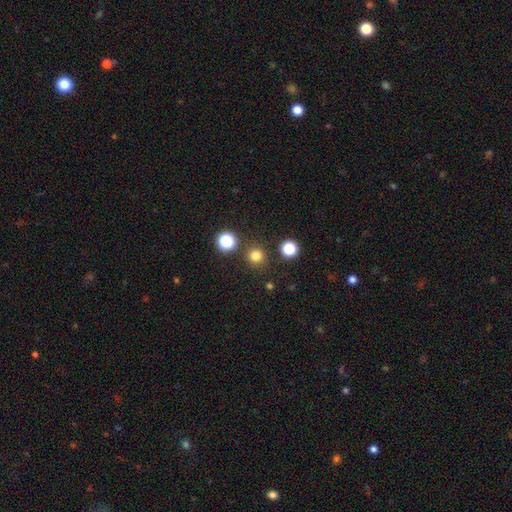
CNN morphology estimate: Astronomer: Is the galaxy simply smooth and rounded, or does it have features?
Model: smooth — 77%.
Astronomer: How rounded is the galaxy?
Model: round — 93%.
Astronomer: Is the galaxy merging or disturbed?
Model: none — 87%.